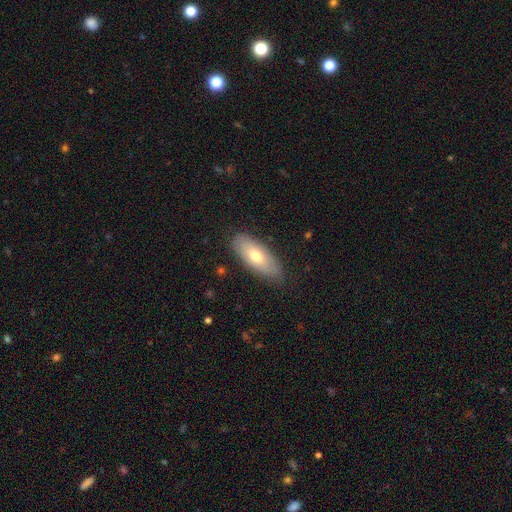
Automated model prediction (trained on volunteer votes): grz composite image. It shows a smooth galaxy with no disk features (67%) that is in between round and cigar-shaped (80%). Merging: none (81%).